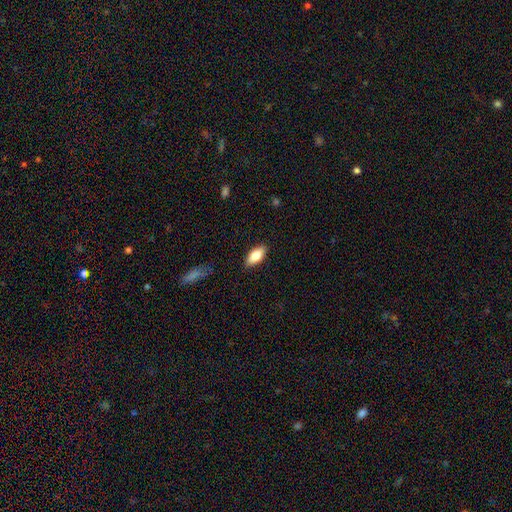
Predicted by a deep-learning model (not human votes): This is likely a smooth galaxy (76%). How rounded: clearly in between (84%). Merging: clearly none (87%).